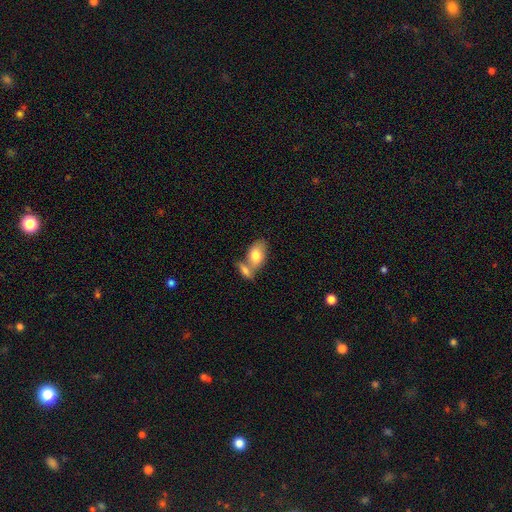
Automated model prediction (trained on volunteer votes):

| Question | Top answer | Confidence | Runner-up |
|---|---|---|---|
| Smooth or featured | smooth | 78% | featured or disk (16%) |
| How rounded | in between | 90% | round (8%) |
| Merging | merger | 51% | none (34%) |